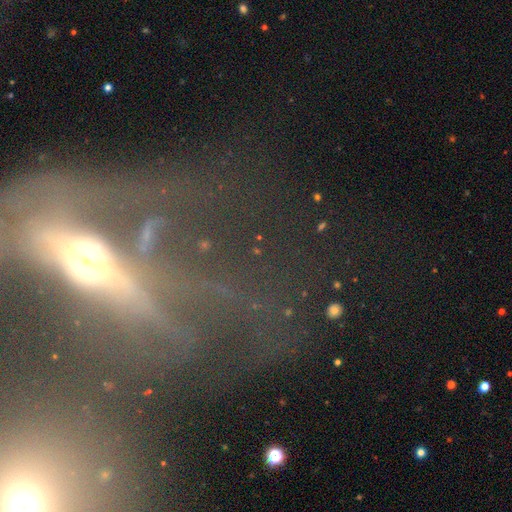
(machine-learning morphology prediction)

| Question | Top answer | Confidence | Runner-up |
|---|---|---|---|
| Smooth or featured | featured or disk | 67% | star or artifact (19%) |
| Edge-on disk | yes | 52% | no (48%) |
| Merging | none | 41% | major disturbance (31%) |